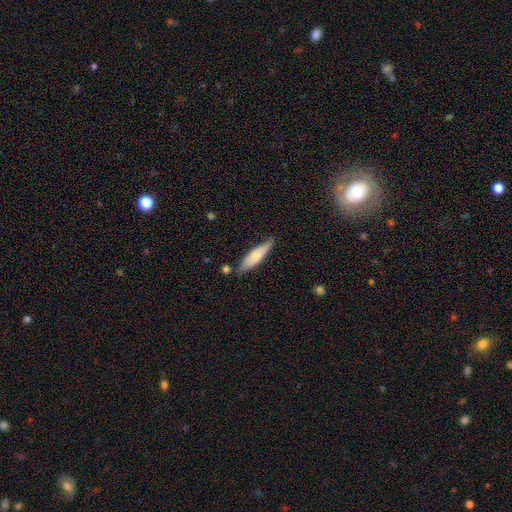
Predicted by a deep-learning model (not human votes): The model was most divided on "how rounded": cigar-shaped: 65%, in between: 34%, round: 2%. More confident: merging — none (71%); smooth or featured — smooth (66%).